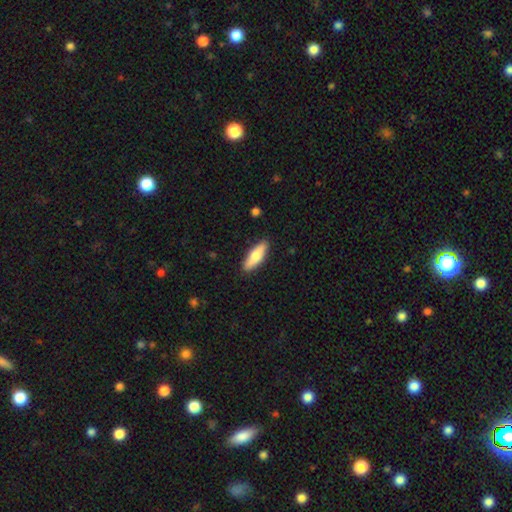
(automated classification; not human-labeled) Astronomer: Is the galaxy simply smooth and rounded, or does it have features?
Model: smooth — 75%.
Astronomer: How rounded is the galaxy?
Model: cigar-shaped — 54% (runner-up: in between, 44%).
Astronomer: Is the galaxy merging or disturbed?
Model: none — 88%.